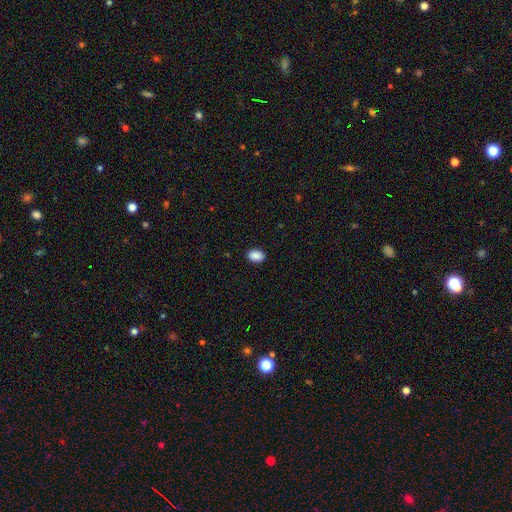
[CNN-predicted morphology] The model was most divided on "how rounded": in between: 86%, round: 13%, cigar-shaped: 1%. More confident: smooth or featured — smooth (90%); merging — none (90%).